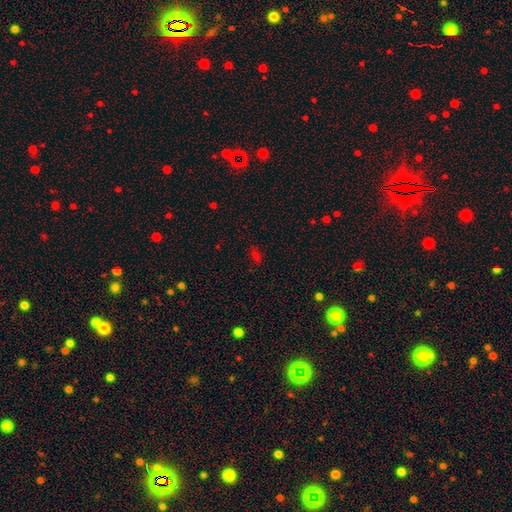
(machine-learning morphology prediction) Smooth or featured: smooth — 60% (star or artifact — 31%)
How rounded: in between — 80% (round — 12%)
Merging: none — 79% (minor disturbance — 14%)